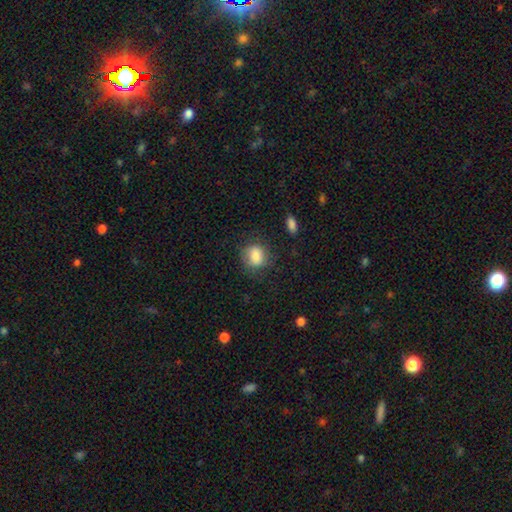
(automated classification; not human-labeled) Smooth or featured? Predicted: smooth (p=0.84). How rounded? Predicted: round (p=0.53). Merging? Predicted: none (p=0.71).